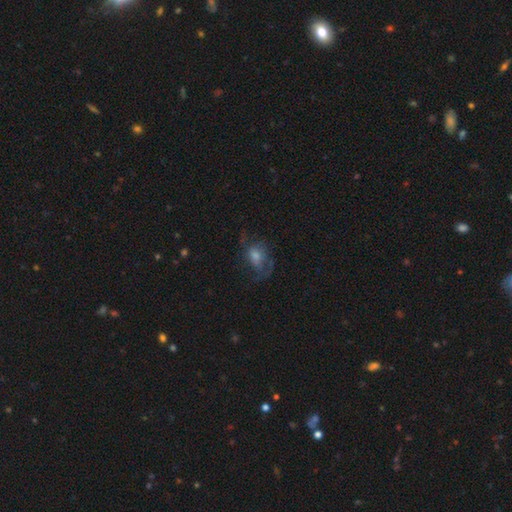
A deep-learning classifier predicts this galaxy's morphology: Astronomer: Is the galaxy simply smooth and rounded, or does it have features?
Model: featured or disk — 53% (runner-up: smooth, 31%).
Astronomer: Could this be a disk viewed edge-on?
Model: no — 95%.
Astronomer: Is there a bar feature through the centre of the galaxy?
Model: no — 72%.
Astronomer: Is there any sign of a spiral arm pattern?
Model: yes — 73%.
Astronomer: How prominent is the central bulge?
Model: moderate — 46% (runner-up: small, 26%).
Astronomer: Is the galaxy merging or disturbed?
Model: none — 54%.